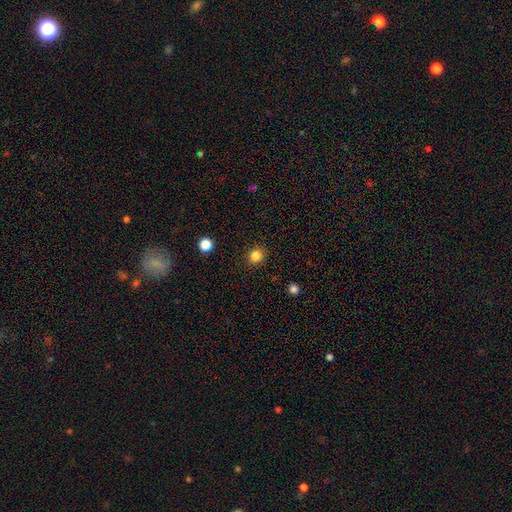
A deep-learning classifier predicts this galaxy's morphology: smooth_or_featured: smooth (p=0.84) [alt: star or artifact p=0.13]
how_rounded: round (p=0.91) [alt: in between p=0.08]
merging: none (p=0.92) [alt: minor disturbance p=0.05]